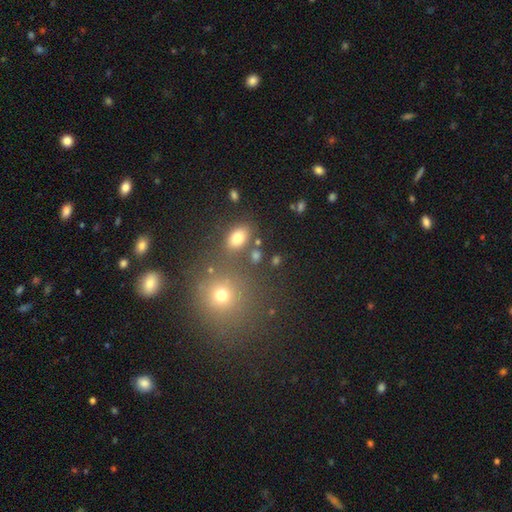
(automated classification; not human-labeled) The model was most divided on "how rounded": in between: 70%, round: 28%, cigar-shaped: 3%. More confident: merging — none (75%); smooth or featured — smooth (74%).